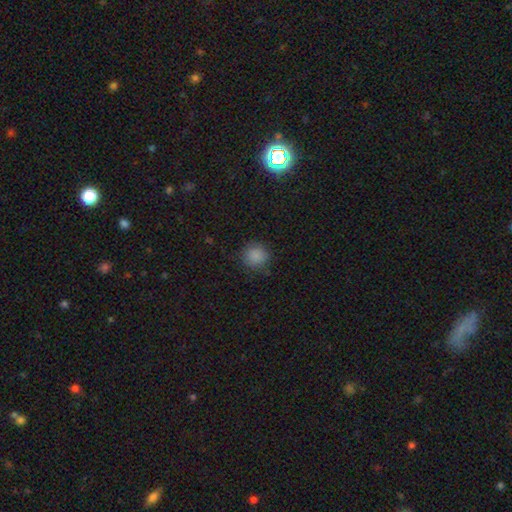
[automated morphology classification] Q: Smooth or featured?
A: smooth (86%); runner-up: star or artifact (11%)
Q: How rounded?
A: round (92%); runner-up: in between (8%)
Q: Merging?
A: none (86%); runner-up: minor disturbance (10%)